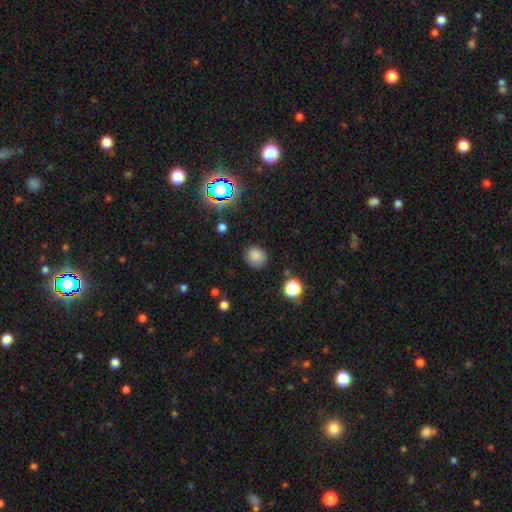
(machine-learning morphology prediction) A smooth galaxy with no disk features (80%) that is round (78%).

Vote fractions:
- Smooth or featured? smooth: 80% / star or artifact: 14% / featured or disk: 6%
- How rounded? round: 78% / in between: 21% / cigar-shaped: 1%
- Merging? none: 82% / minor disturbance: 13% / major disturbance: 3% / merger: 2%